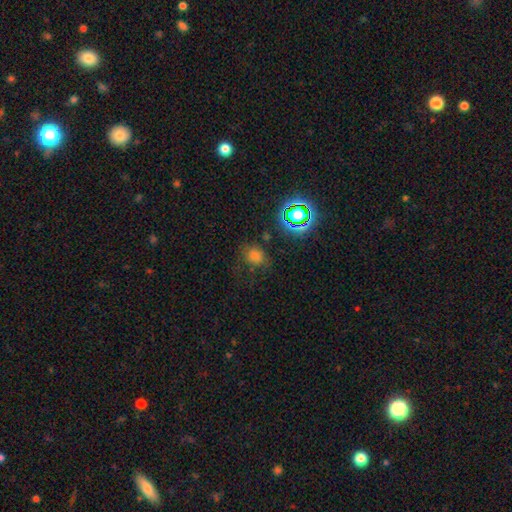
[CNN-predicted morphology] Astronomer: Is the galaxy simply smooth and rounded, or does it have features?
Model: smooth — 62%.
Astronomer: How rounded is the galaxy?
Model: round — 64%.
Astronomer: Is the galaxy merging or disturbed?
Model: none — 70%.